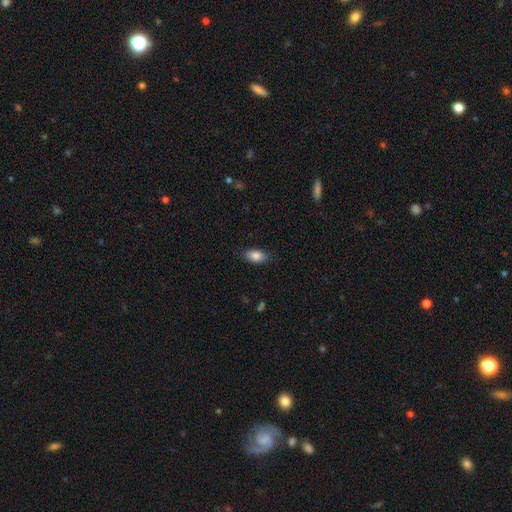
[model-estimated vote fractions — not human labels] This is clearly a smooth galaxy (86%). How rounded: clearly in between (91%). Merging: clearly none (85%).